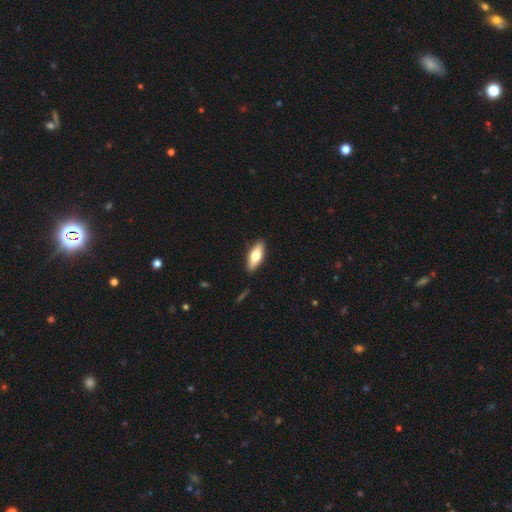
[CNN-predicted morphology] Smooth or featured? Predicted: smooth (p=0.66). How rounded? Predicted: in between (p=0.69). Merging? Predicted: none (p=0.89).